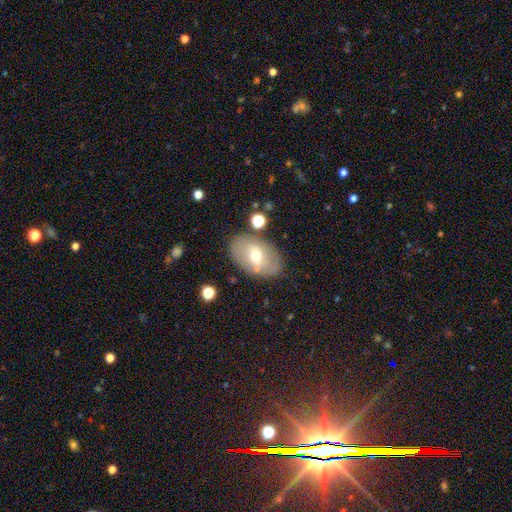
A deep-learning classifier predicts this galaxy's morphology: Overall: smooth (56%; featured or disk 36%). How rounded: in between (89%). Merging: none (78%).